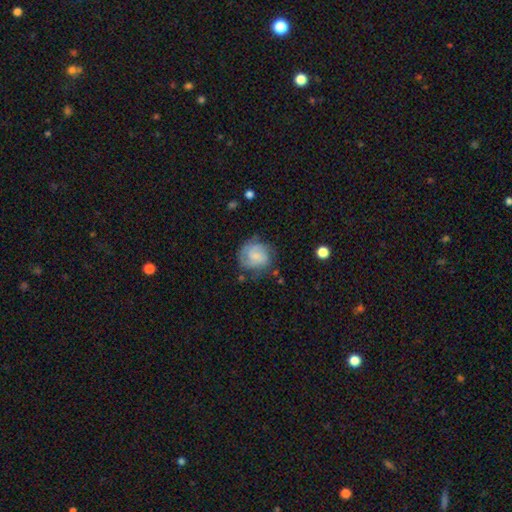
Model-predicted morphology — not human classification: A smooth galaxy with no disk features (56%) that is round (77%).

Vote fractions:
- Smooth or featured? smooth: 56% / featured or disk: 36% / star or artifact: 8%
- How rounded? round: 77% / in between: 22% / cigar-shaped: 1%
- Merging? none: 58% / minor disturbance: 26% / major disturbance: 13% / merger: 2%